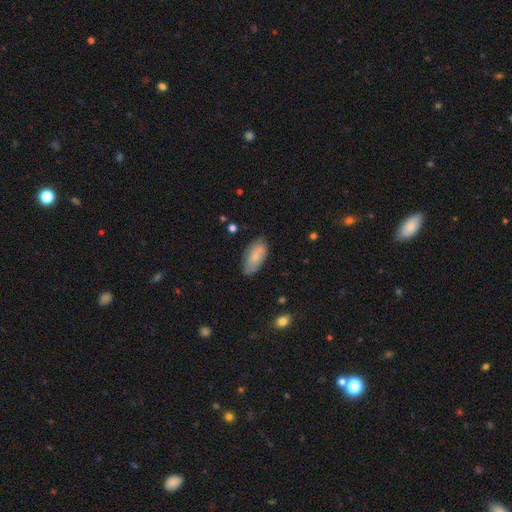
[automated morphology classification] A smooth galaxy with no disk features (77%) that is in between round and cigar-shaped (90%). Merging: none (75%).